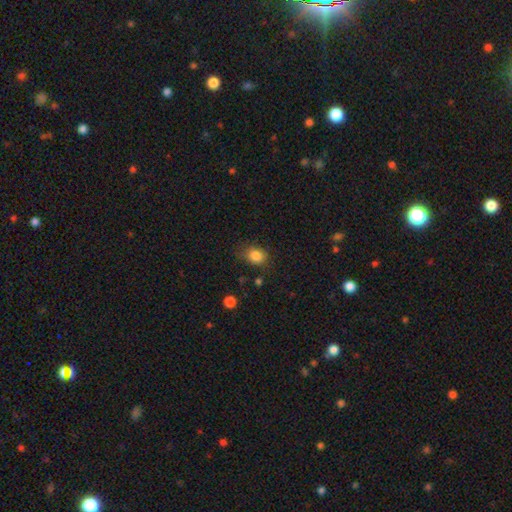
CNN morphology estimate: smooth_or_featured: smooth (p=0.84) [alt: star or artifact p=0.10]
how_rounded: in between (p=0.51) [alt: round p=0.48]
merging: none (p=0.68) [alt: minor disturbance p=0.23]